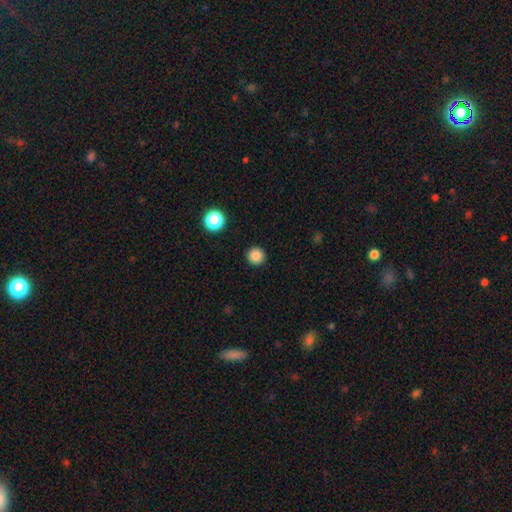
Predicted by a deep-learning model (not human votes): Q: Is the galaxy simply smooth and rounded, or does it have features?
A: smooth — 85%.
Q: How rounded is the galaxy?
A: round — 96%.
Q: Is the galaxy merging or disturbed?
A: none — 93%.